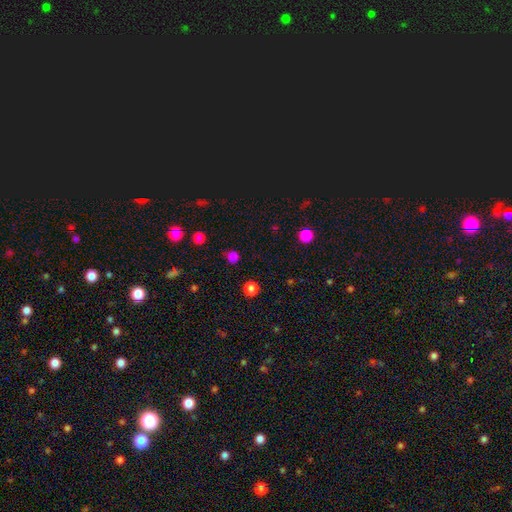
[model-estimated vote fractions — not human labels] smooth_or_featured: smooth (p=0.70) [alt: star or artifact p=0.26]
how_rounded: round (p=0.90) [alt: in between p=0.09]
merging: none (p=0.86) [alt: minor disturbance p=0.08]